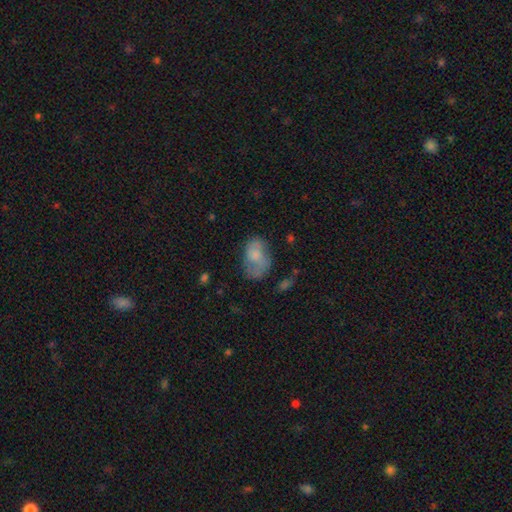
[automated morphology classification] Overall: smooth (60%; featured or disk 32%). How rounded: in between (85%). Merging: none (47%; minor disturbance 30%).